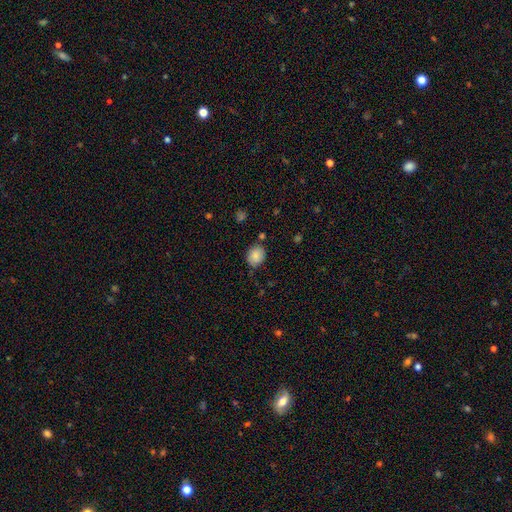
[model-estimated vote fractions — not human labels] The model was most divided on "how rounded": round: 63%, in between: 36%, cigar-shaped: 1%. More confident: smooth or featured — smooth (85%); merging — none (77%).